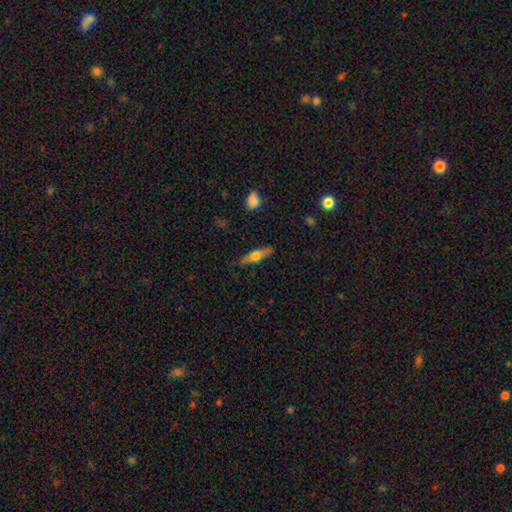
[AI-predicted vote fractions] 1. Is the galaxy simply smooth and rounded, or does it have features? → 50% featured or disk, 43% smooth, 6% star or artifact.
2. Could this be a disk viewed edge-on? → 93% yes, 7% no.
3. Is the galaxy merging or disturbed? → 85% none, 11% minor disturbance, 2% major disturbance, 1% merger.